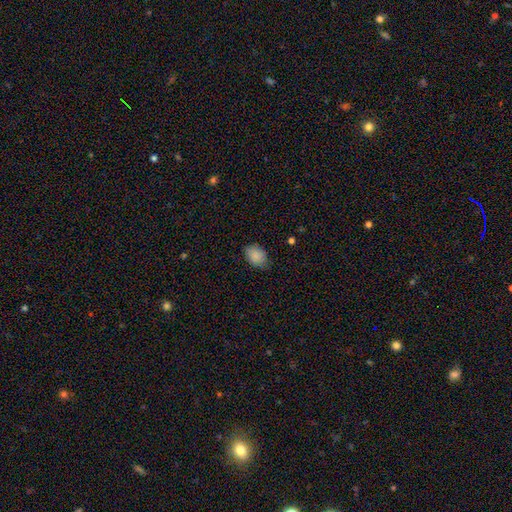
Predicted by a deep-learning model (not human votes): Morphology: type=smooth (88%); roundness=in between (73%); merging=none (76%).